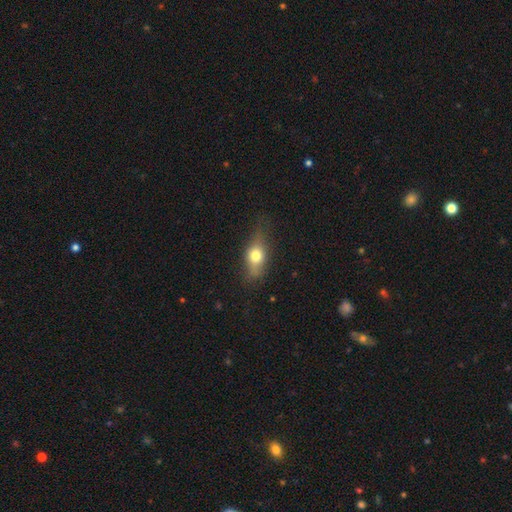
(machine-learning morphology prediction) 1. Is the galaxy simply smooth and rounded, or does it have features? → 66% smooth, 25% featured or disk, 9% star or artifact.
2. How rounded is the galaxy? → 67% in between, 21% round, 12% cigar-shaped.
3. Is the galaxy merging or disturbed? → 64% none, 26% minor disturbance, 9% major disturbance, 2% merger.